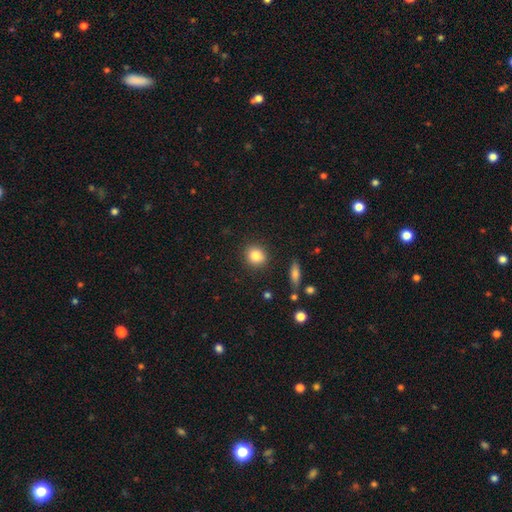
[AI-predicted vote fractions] Q: Smooth or featured?
A: smooth (84%); runner-up: star or artifact (9%)
Q: How rounded?
A: round (78%); runner-up: in between (21%)
Q: Merging?
A: none (88%); runner-up: minor disturbance (8%)